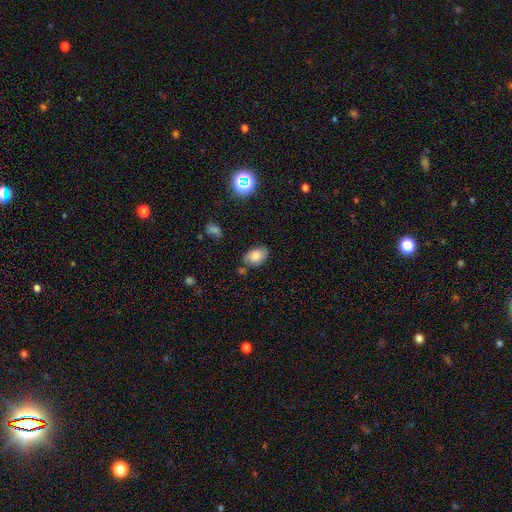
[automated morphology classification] Overall: smooth (78%). How rounded: in between (85%). Merging: none (71%).